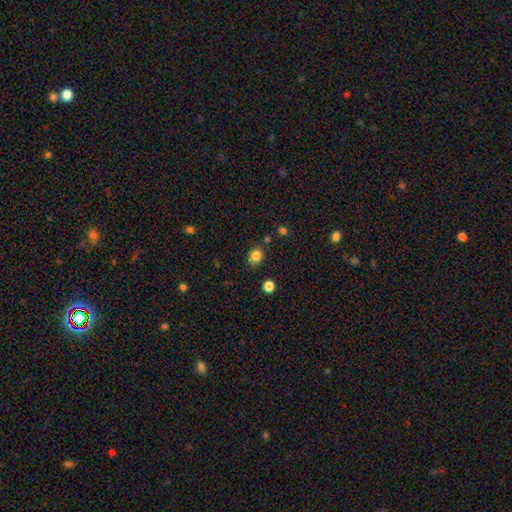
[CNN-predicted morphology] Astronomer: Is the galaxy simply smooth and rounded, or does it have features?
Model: smooth — 83%.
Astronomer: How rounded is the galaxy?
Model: round — 61% (runner-up: in between, 38%).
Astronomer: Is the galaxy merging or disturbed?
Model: none — 81%.